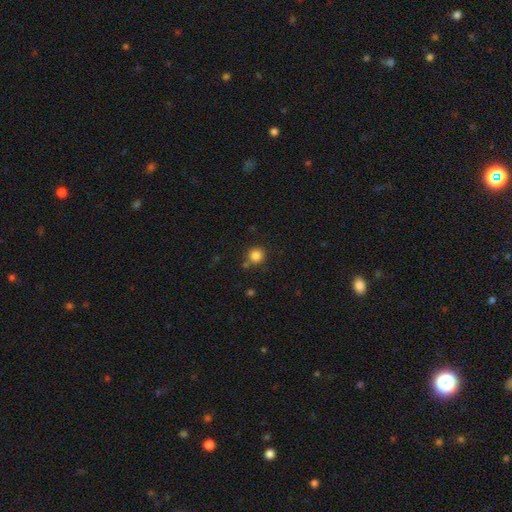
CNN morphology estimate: smooth 84%, star or artifact 11%, featured or disk 4%. Down the decision tree: how rounded — round (93%); merging — none (78%).